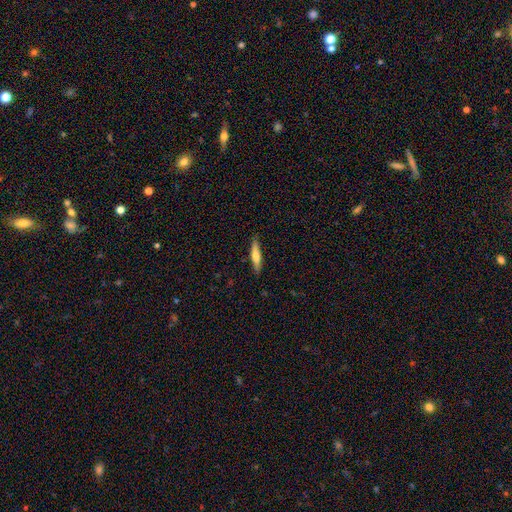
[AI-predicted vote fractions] The model was most divided on "smooth or featured": smooth: 62%, featured or disk: 32%, star or artifact: 6%. More confident: merging — none (87%); how rounded — cigar-shaped (85%).